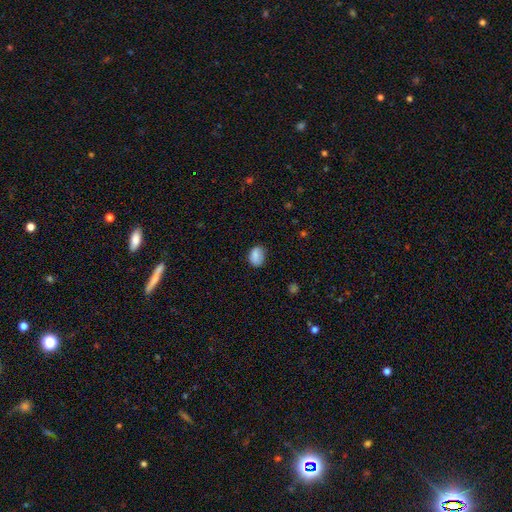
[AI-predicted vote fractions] smooth_or_featured: smooth (p=0.84) [alt: star or artifact p=0.08]
how_rounded: in between (p=0.74) [alt: round p=0.25]
merging: none (p=0.73) [alt: minor disturbance p=0.21]